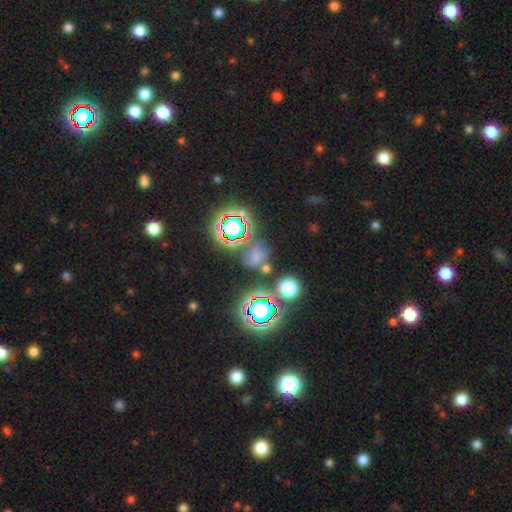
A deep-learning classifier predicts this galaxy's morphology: This is possibly a smooth galaxy (46%). Merging: likely none (61%).